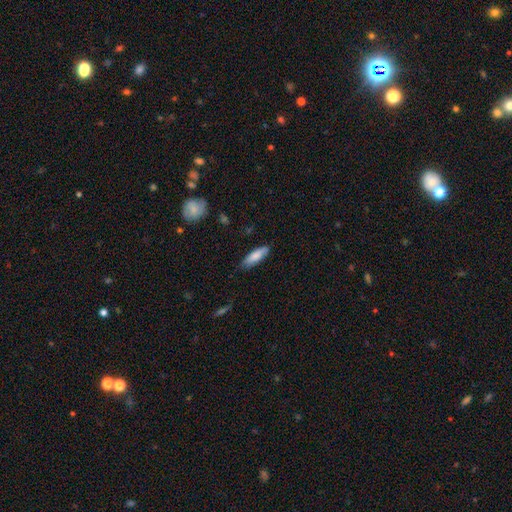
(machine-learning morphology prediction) Smooth or featured? smooth (81%)
How rounded? in between (49%, tied with cigar-shaped)
Merging? none (80%)